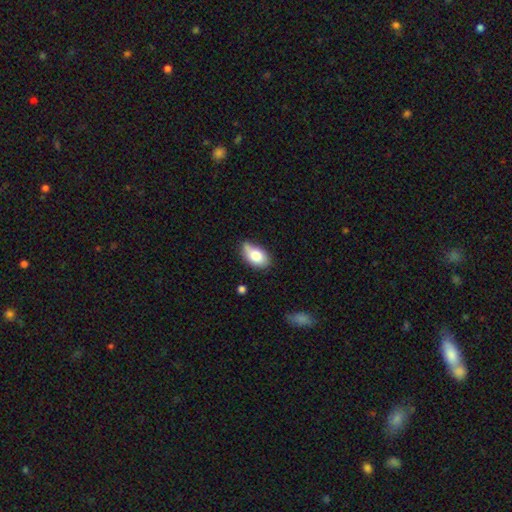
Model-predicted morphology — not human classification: A smooth galaxy with no disk features (78%) that is in between round and cigar-shaped (91%). Merging: none (54%).